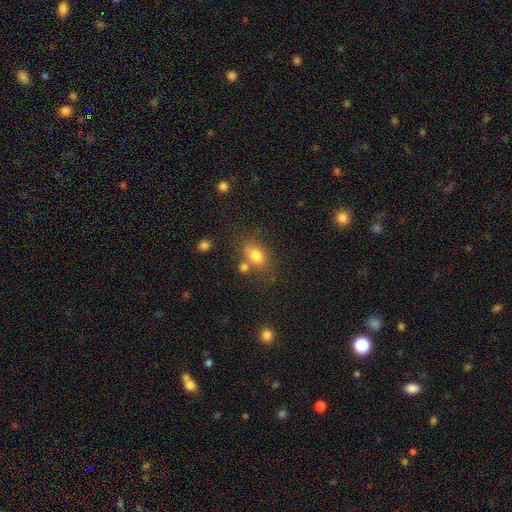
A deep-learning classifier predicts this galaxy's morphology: Q: Smooth or featured?
A: smooth (78%); runner-up: star or artifact (11%)
Q: How rounded?
A: in between (72%); runner-up: round (26%)
Q: Merging?
A: none (60%); runner-up: merger (17%)